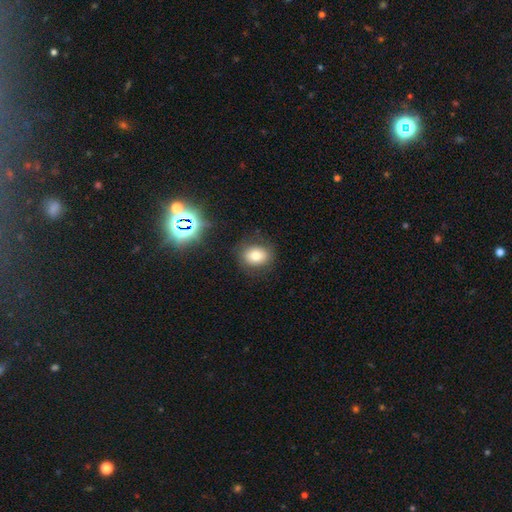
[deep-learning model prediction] smooth_or_featured: smooth (p=0.78) [alt: star or artifact p=0.13]
how_rounded: in between (p=0.51) [alt: round p=0.47]
merging: none (p=0.82) [alt: minor disturbance p=0.12]